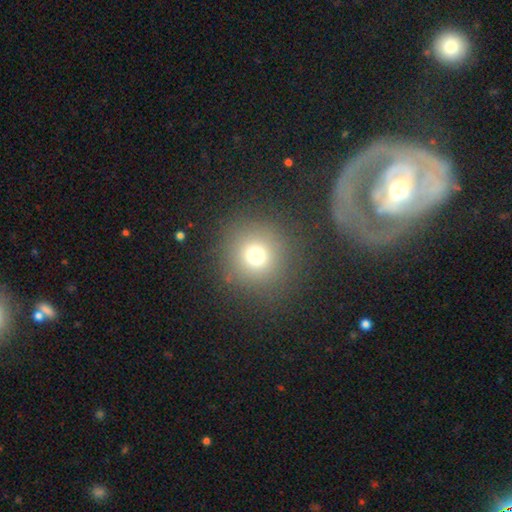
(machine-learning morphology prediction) smooth_or_featured: smooth (p=0.71) [alt: star or artifact p=0.20]
how_rounded: round (p=0.93) [alt: in between p=0.06]
merging: none (p=0.87) [alt: minor disturbance p=0.07]